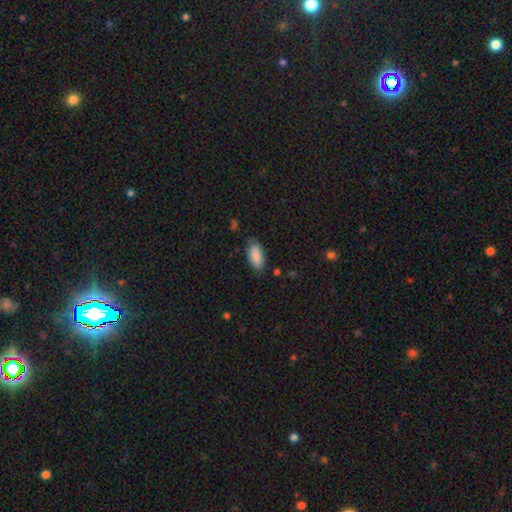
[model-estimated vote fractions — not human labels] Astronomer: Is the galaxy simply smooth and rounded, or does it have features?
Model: smooth — 89%.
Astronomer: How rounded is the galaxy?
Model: in between — 90%.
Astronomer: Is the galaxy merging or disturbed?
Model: none — 78%.